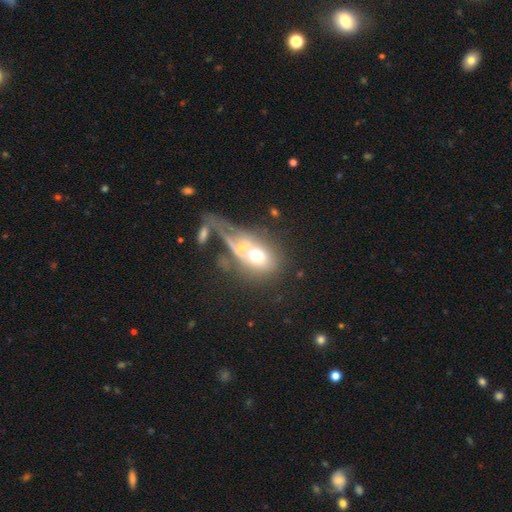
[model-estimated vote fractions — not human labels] smooth_or_featured: smooth (p=0.53) [alt: featured or disk p=0.36]
how_rounded: in between (p=0.63) [alt: round p=0.33]
merging: merger (p=0.51) [alt: major disturbance p=0.22]